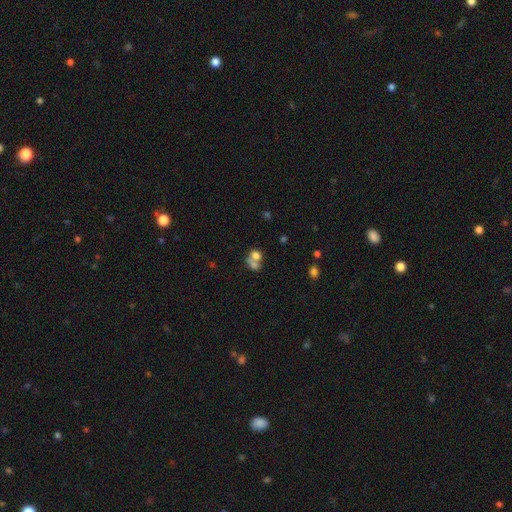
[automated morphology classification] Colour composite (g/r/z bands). It shows a smooth galaxy with no disk features (64%) that is round (62%). Merging: merger (62%).